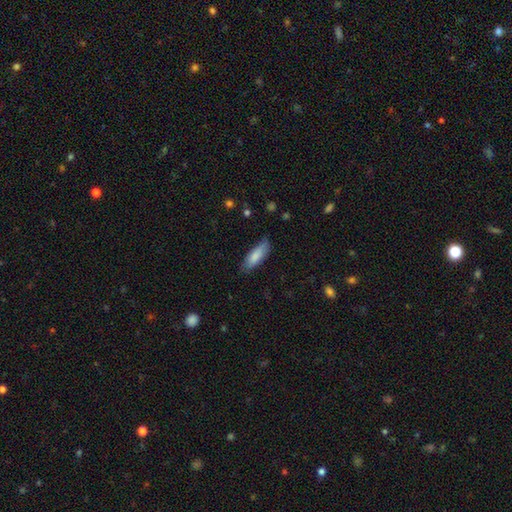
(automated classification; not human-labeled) A smooth galaxy with no disk features (82%) that is in between round and cigar-shaped (55%). Merging: none (77%).